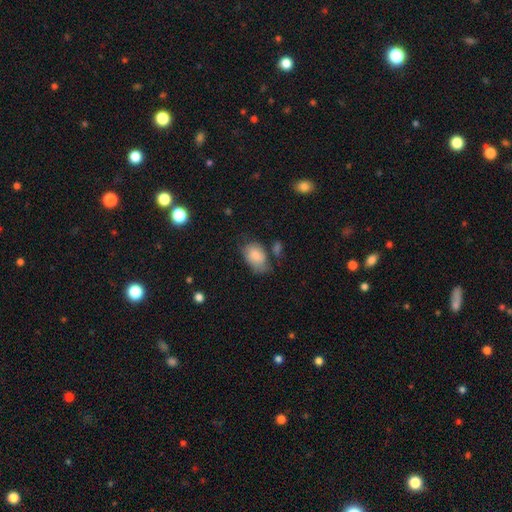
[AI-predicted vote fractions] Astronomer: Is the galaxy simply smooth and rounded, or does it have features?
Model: smooth — 78%.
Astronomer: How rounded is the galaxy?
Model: in between — 86%.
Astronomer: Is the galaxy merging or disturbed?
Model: none — 45% (runner-up: minor disturbance, 33%).